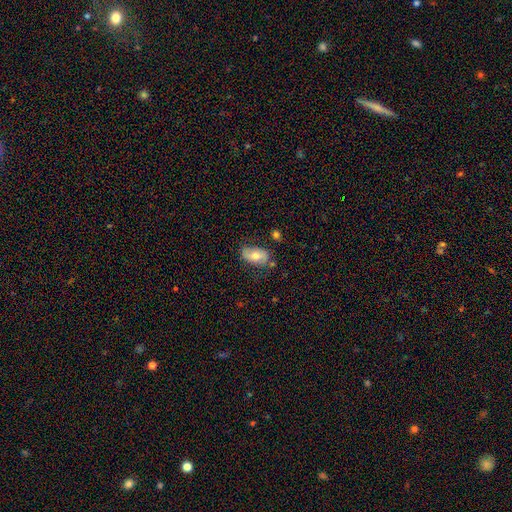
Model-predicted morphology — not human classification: Smooth or featured? Predicted: smooth (p=0.61). How rounded? Predicted: in between (p=0.91). Merging? Predicted: none (p=0.65).